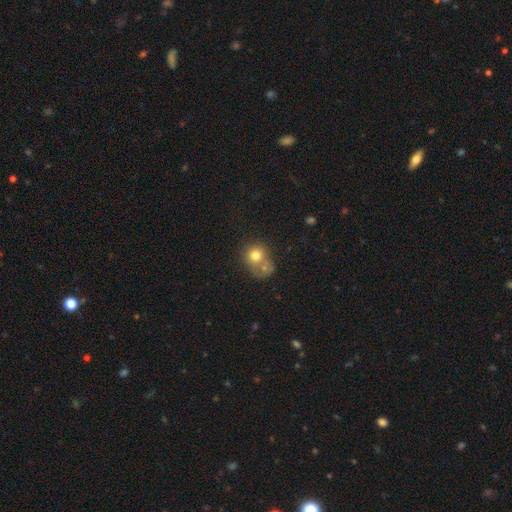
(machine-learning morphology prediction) A smooth galaxy with no disk features (73%) that is round (74%). Merging: merger (49%).